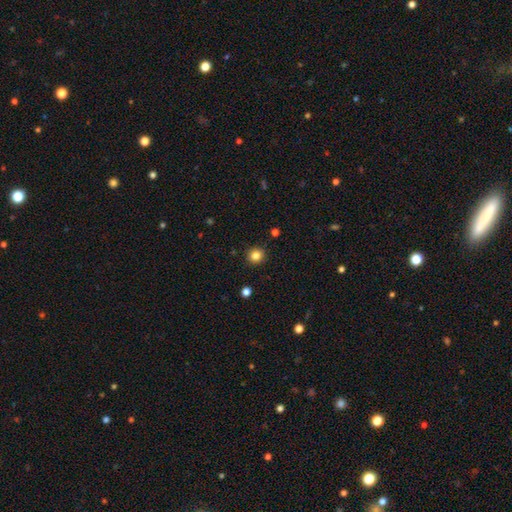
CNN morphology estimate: Smooth or featured? Predicted: smooth (p=0.83). How rounded? Predicted: round (p=0.91). Merging? Predicted: none (p=0.92).